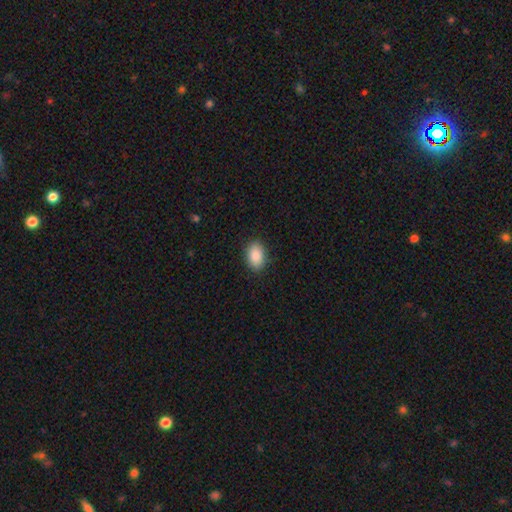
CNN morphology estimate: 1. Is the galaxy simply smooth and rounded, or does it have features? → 87% smooth, 7% star or artifact, 5% featured or disk.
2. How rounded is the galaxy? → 86% in between, 13% round, 1% cigar-shaped.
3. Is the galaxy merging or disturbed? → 89% none, 8% minor disturbance, 2% major disturbance, 1% merger.